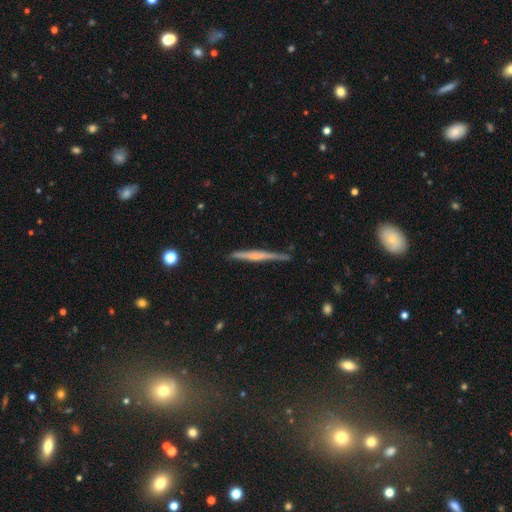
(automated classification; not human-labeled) A featured or disk galaxy (59%) viewed edge-on (98%) with no central bulge (45%).

Vote fractions:
- Smooth or featured? featured or disk: 59% / smooth: 35% / star or artifact: 7%
- Edge-on disk? yes: 98% / no: 2%
- Edge-on bulge? none: 45% / rounded: 41% / boxy: 14%
- Merging? none: 84% / minor disturbance: 12% / major disturbance: 2% / merger: 2%